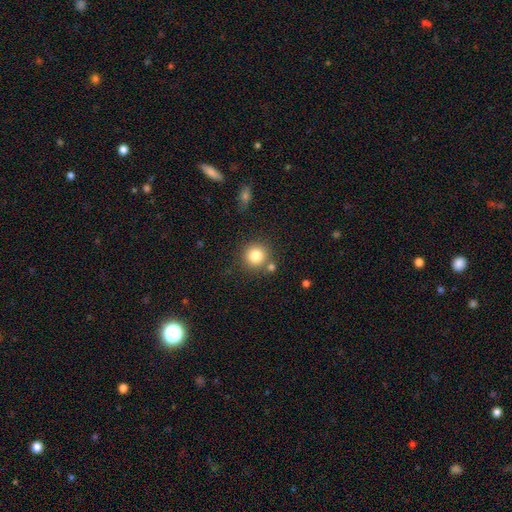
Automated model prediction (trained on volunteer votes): smooth_or_featured: smooth (p=0.82) [alt: star or artifact p=0.10]
how_rounded: round (p=0.93) [alt: in between p=0.06]
merging: none (p=0.77) [alt: merger p=0.11]